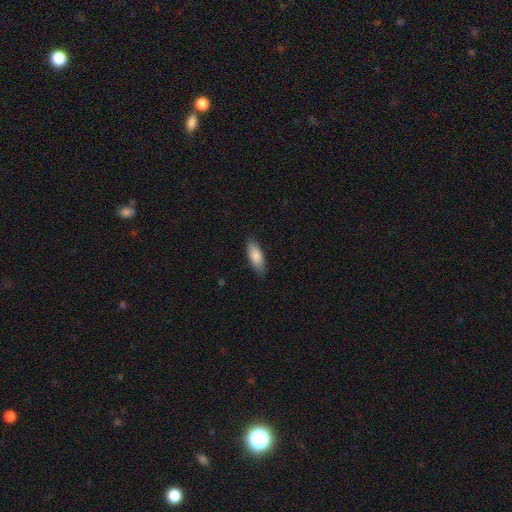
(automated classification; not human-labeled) Morphology: type=smooth (86%); roundness=in between (68%); merging=none (86%).